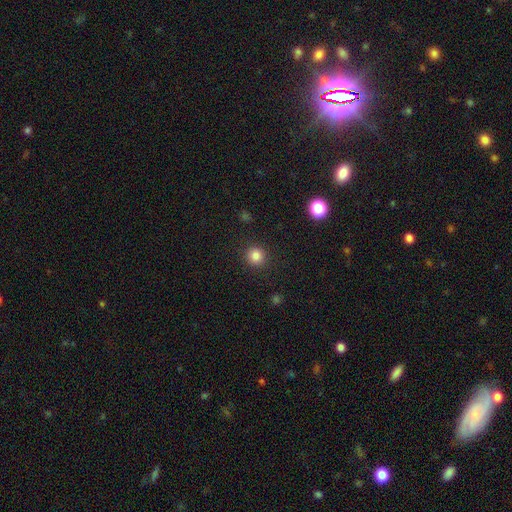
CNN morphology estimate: The model was most divided on "smooth or featured": smooth: 84%, star or artifact: 12%, featured or disk: 4%. More confident: how rounded — round (93%); merging — none (91%).